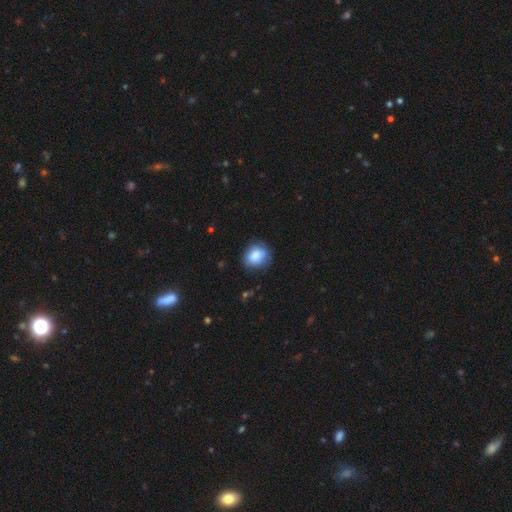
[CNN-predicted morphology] Q: Smooth or featured?
A: smooth (81%); runner-up: featured or disk (11%)
Q: How rounded?
A: round (60%); runner-up: in between (38%)
Q: Merging?
A: none (75%); runner-up: minor disturbance (19%)